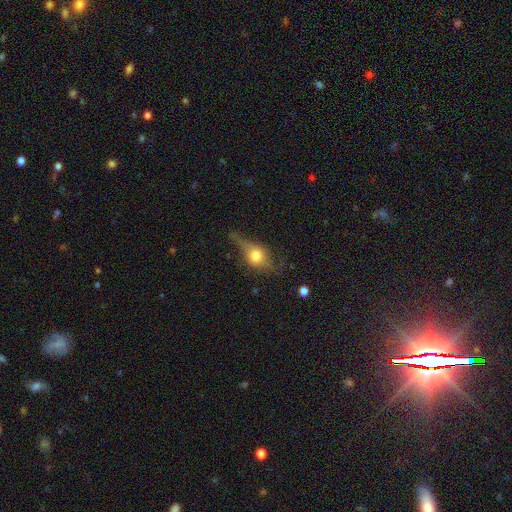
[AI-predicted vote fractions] Overall: featured or disk (46%; smooth 44%). Merging: none (51%; minor disturbance 28%).